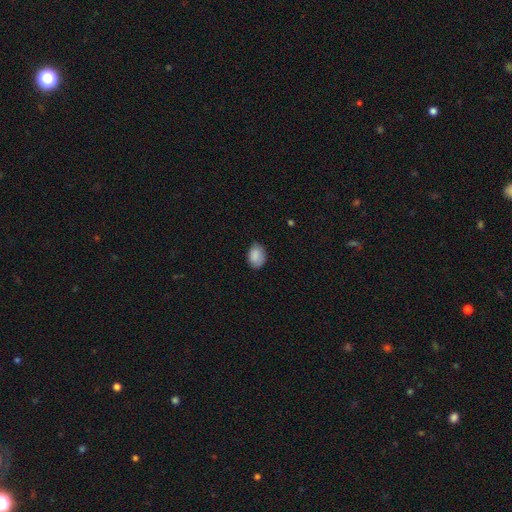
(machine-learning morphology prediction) smooth 87%, star or artifact 7%, featured or disk 6%. Down the decision tree: how rounded — in between (79%); merging — none (73%).